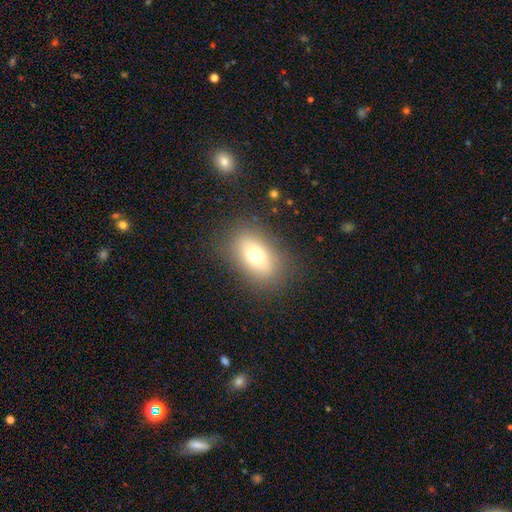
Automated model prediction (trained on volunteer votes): Overall: smooth (71%). How rounded: in between (83%). Merging: none (83%).